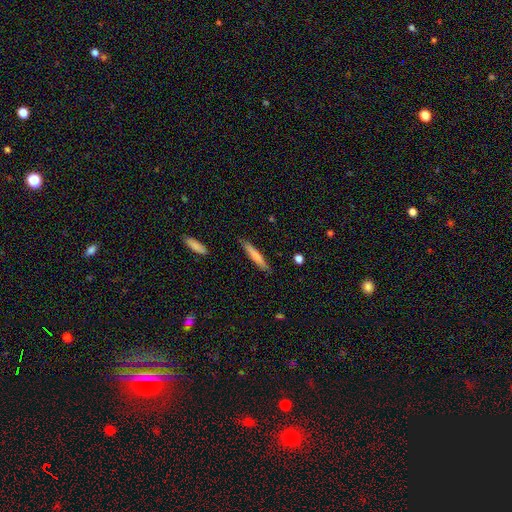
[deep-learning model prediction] The model was most divided on "smooth or featured": smooth: 74%, featured or disk: 20%, star or artifact: 6%. More confident: how rounded — cigar-shaped (93%); merging — none (86%).